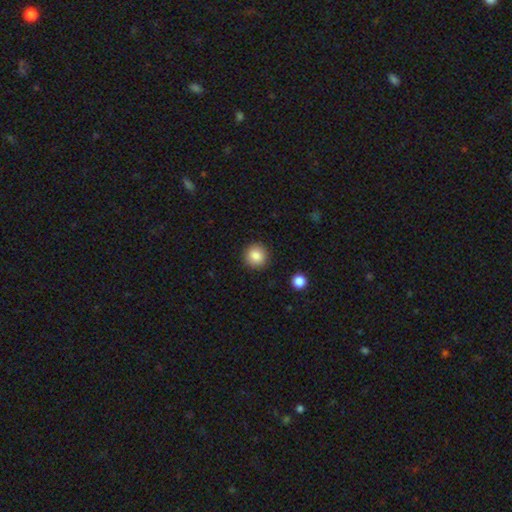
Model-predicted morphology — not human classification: type=smooth (85%); roundness=round (94%); merging=none (91%).